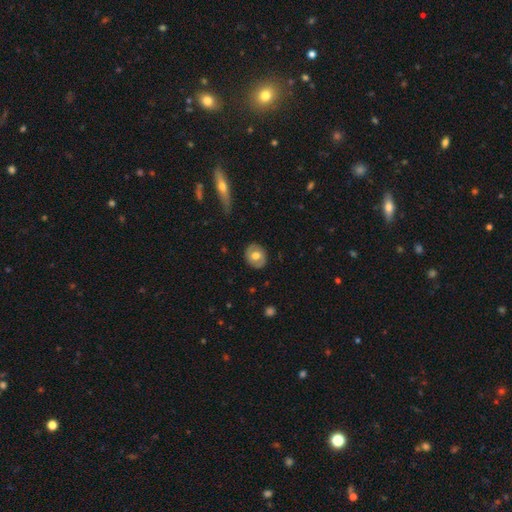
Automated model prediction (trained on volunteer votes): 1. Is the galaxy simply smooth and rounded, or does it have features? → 58% smooth, 36% featured or disk, 7% star or artifact.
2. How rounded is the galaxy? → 65% round, 33% in between, 1% cigar-shaped.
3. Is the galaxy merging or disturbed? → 85% none, 11% minor disturbance, 3% major disturbance, 1% merger.